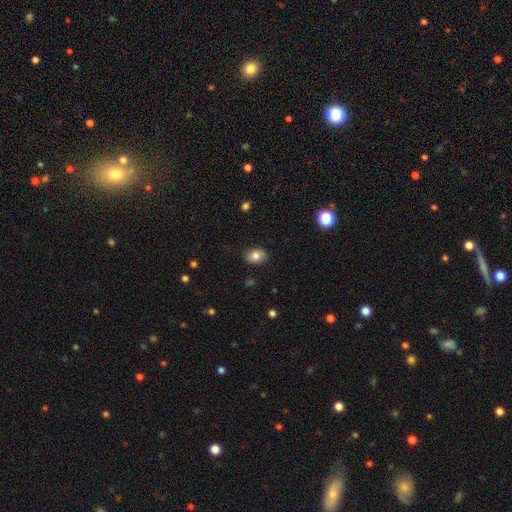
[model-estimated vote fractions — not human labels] Overall: smooth (82%). How rounded: in between (67%; round 32%). Merging: none (87%).